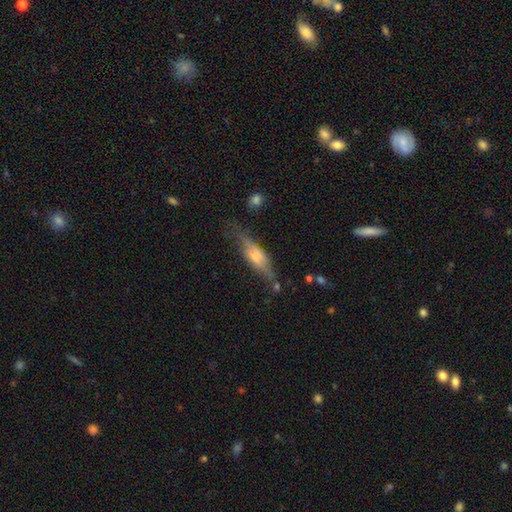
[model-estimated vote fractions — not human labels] A featured or disk galaxy (53%) viewed edge-on (83%).

Vote fractions:
- Smooth or featured? featured or disk: 53% / smooth: 39% / star or artifact: 8%
- Edge-on disk? yes: 83% / no: 17%
- Merging? none: 58% / minor disturbance: 26% / major disturbance: 12% / merger: 4%